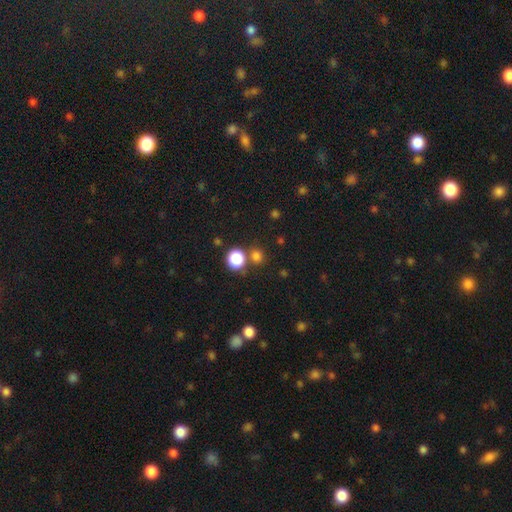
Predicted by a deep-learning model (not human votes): Morphology: type=smooth (79%); roundness=round (85%); merging=none (72%).